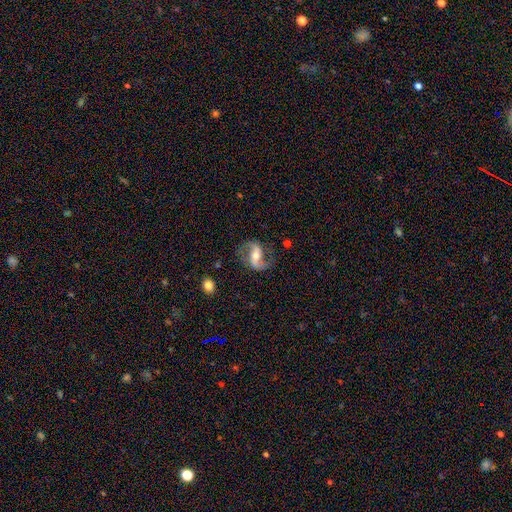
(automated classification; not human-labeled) A featured or disk galaxy (87%) with a strong bar (41%), 2 (92%) loose (51%) spiral arms (96%) and a moderate central bulge (64%).

Vote fractions:
- Smooth or featured? featured or disk: 87% / smooth: 7% / star or artifact: 5%
- Edge-on disk? no: 97% / yes: 3%
- Bar? strong: 41% / weak: 35% / no: 24%
- Spiral arms? yes: 96% / no: 4%
- Spiral winding? loose: 51% / medium: 39% / tight: 10%
- Spiral arm count? 2: 92% / 1: 3% / can't tell: 2% / 3: 1% / 4: 1% / more than 4: 1%
- Bulge size? moderate: 64% / small: 28% / large: 5% / none: 1% / dominant: 1%
- Merging? none: 77% / minor disturbance: 14% / major disturbance: 7% / merger: 2%